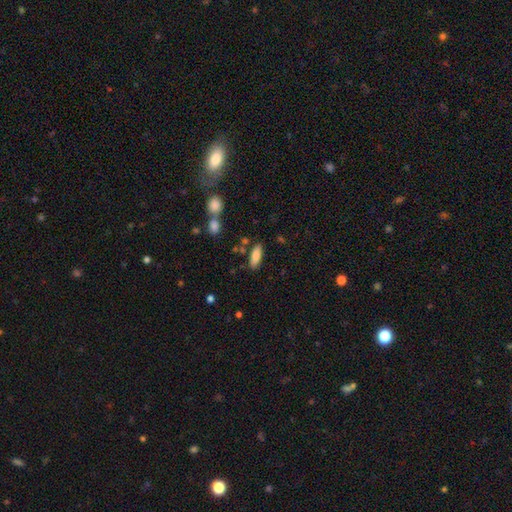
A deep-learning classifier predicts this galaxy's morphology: Q: Smooth or featured?
A: smooth (83%); runner-up: featured or disk (10%)
Q: How rounded?
A: in between (67%); runner-up: cigar-shaped (31%)
Q: Merging?
A: none (80%); runner-up: minor disturbance (12%)